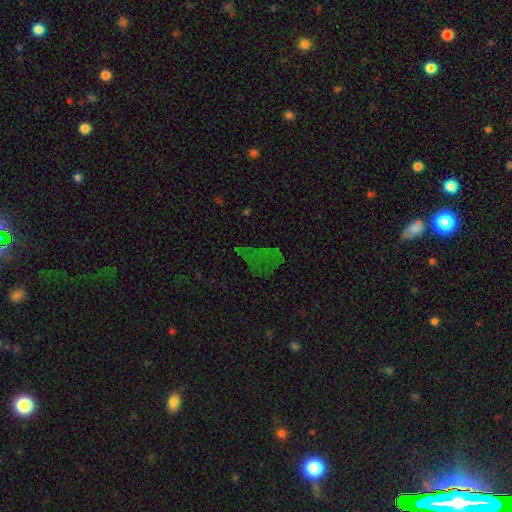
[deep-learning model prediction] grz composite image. It shows a star or artifact, not a galaxy (63%).